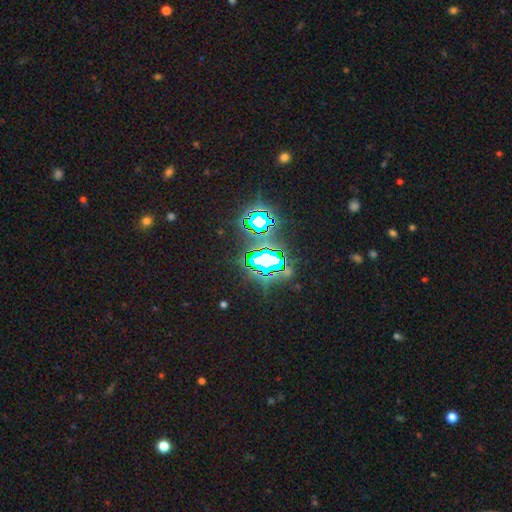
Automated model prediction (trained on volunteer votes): This is likely a star or artifact rather than a galaxy (79%).